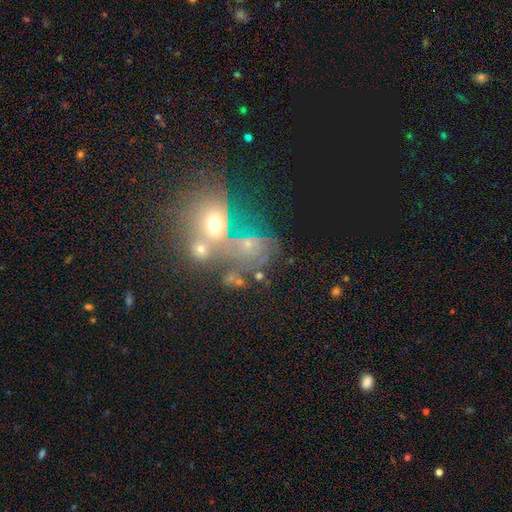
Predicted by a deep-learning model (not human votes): A smooth galaxy with no disk features (37%).

Vote fractions:
- Smooth or featured? smooth: 37% / star or artifact: 33% / featured or disk: 29%
- Merging? merger: 55% / none: 26% / major disturbance: 11% / minor disturbance: 9%